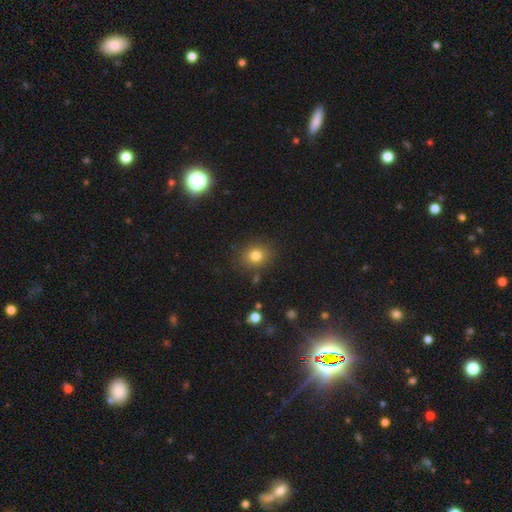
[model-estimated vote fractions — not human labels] A smooth galaxy with no disk features (80%) that is round (69%). Merging: none (84%).